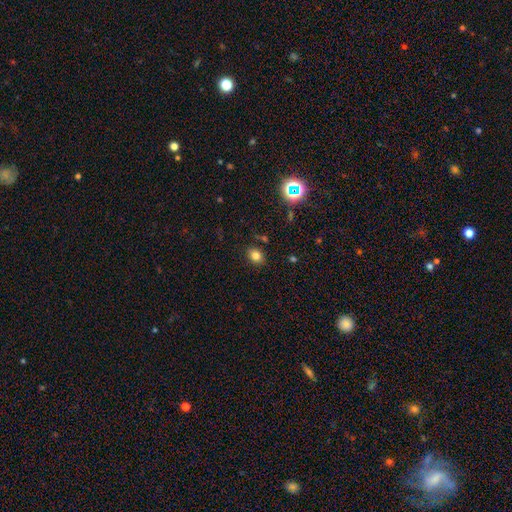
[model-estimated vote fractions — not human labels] A smooth galaxy with no disk features (79%) that is in between round and cigar-shaped (58%). Merging: none (84%).